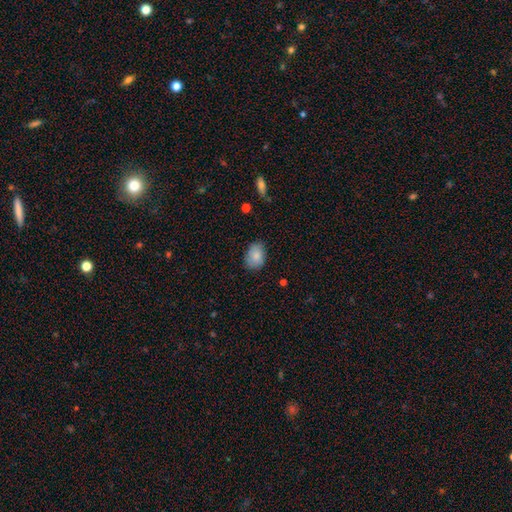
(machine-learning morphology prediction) smooth_or_featured: smooth (p=0.83) [alt: featured or disk p=0.10]
how_rounded: in between (p=0.78) [alt: round p=0.21]
merging: none (p=0.74) [alt: minor disturbance p=0.21]